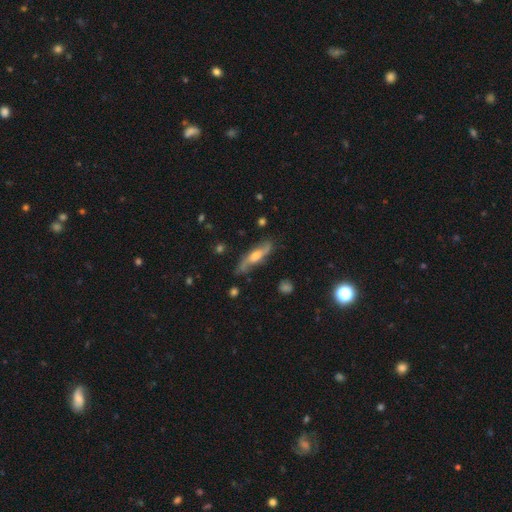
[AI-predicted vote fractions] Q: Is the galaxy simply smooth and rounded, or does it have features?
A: featured or disk — 66%.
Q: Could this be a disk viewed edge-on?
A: yes — 51%.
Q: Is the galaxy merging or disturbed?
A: none — 75%.